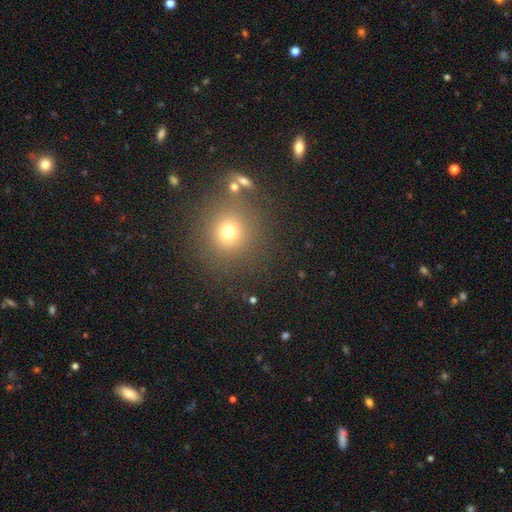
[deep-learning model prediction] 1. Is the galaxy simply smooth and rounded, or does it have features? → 61% smooth, 31% star or artifact, 8% featured or disk.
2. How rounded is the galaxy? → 93% round, 6% in between, 1% cigar-shaped.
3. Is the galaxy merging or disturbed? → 83% none, 7% merger, 7% minor disturbance, 3% major disturbance.